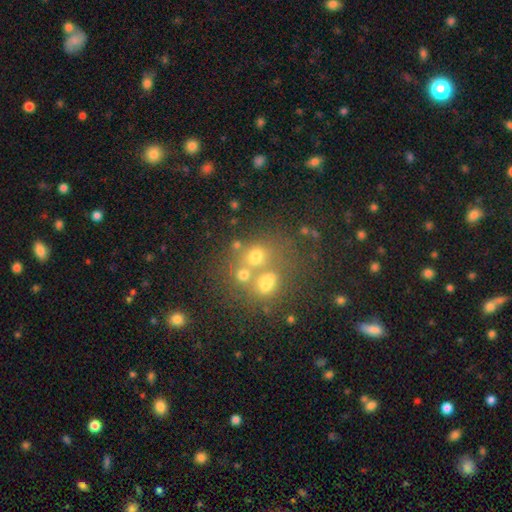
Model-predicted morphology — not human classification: type=smooth (62%); roundness=round (56%); merging=merger (42%).